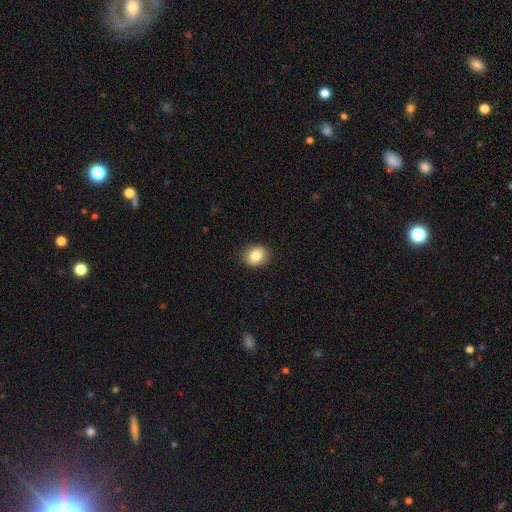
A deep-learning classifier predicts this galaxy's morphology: smooth-or-featured: smooth: 83% | star or artifact: 9% | featured or disk: 8%
  how-rounded: round: 58% | in between: 41% | cigar-shaped: 1%
  merging: none: 89% | minor disturbance: 8% | major disturbance: 2% | merger: 1%